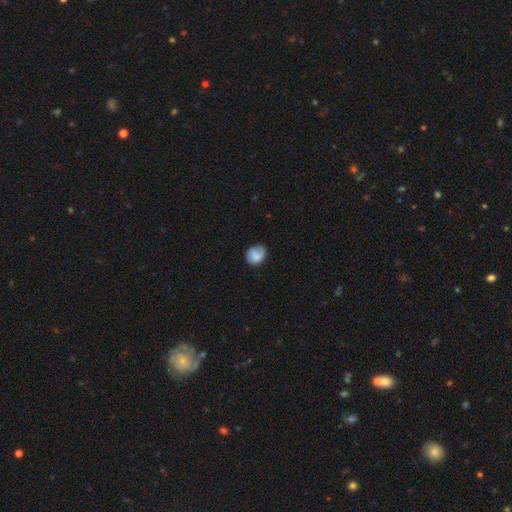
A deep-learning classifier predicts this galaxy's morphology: This is likely a smooth galaxy (77%). How rounded: likely round (65%). Merging: likely none (73%).